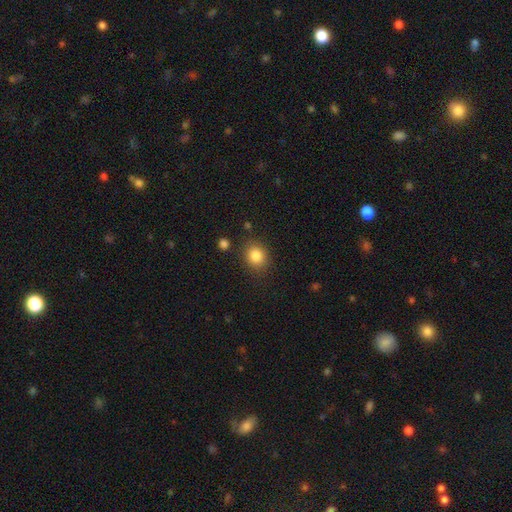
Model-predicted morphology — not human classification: type=smooth (85%); roundness=round (64%); merging=none (83%).